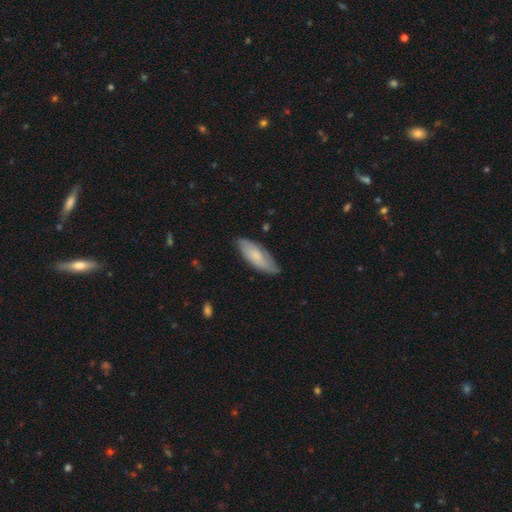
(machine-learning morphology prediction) smooth_or_featured: smooth (p=0.66) [alt: featured or disk p=0.28]
how_rounded: in between (p=0.70) [alt: cigar-shaped p=0.29]
merging: none (p=0.74) [alt: minor disturbance p=0.21]